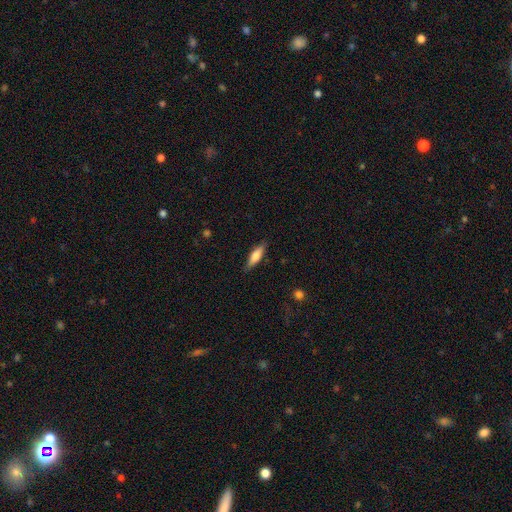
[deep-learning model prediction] The model was most divided on "how rounded": cigar-shaped: 59%, in between: 39%, round: 2%. More confident: merging — none (86%); smooth or featured — smooth (64%).